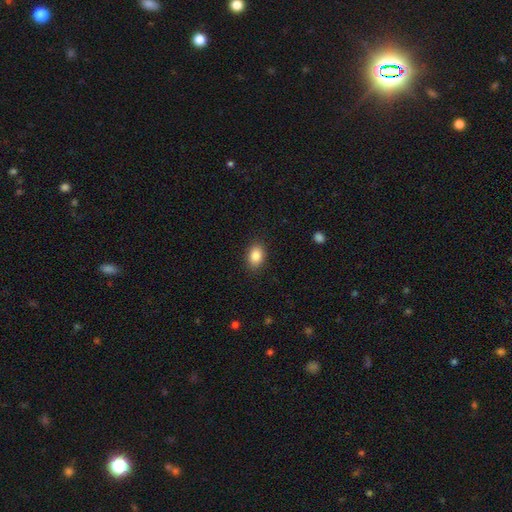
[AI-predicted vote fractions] smooth-or-featured: smooth: 86% | star or artifact: 8% | featured or disk: 5%
  how-rounded: in between: 80% | round: 19% | cigar-shaped: 1%
  merging: none: 89% | minor disturbance: 8% | major disturbance: 2% | merger: 1%